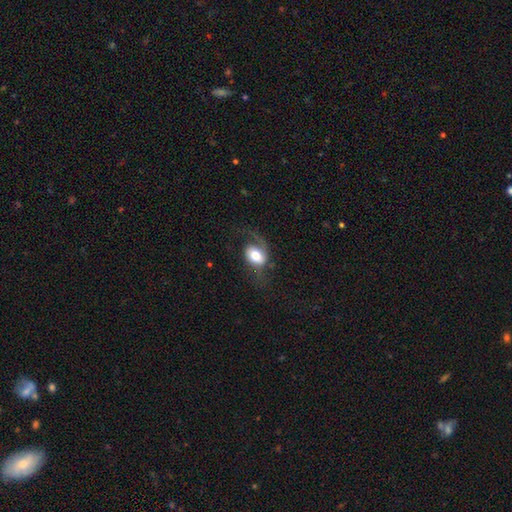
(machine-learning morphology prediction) Overall: smooth (48%; featured or disk 44%). Merging: none (46%; major disturbance 30%).